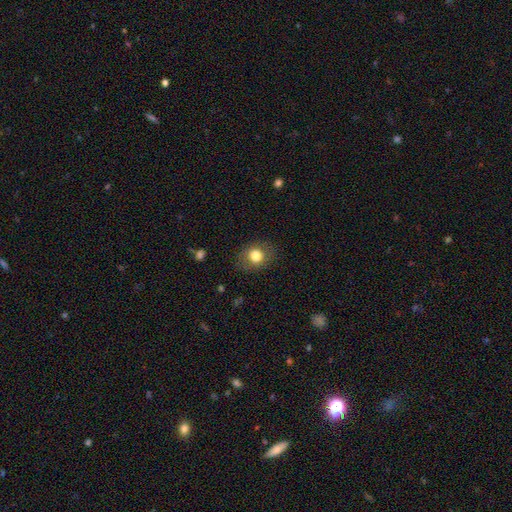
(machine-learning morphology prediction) A smooth galaxy with no disk features (80%) that is round (60%). Merging: none (82%).